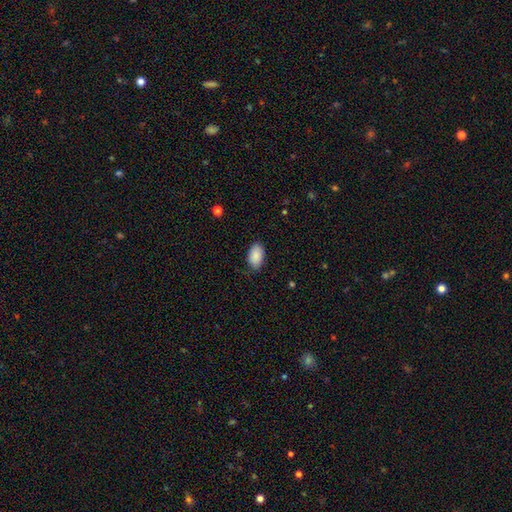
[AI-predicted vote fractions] A smooth galaxy with no disk features (89%) that is in between round and cigar-shaped (94%).

Vote fractions:
- Smooth or featured? smooth: 89% / star or artifact: 6% / featured or disk: 4%
- How rounded? in between: 94% / round: 5% / cigar-shaped: 1%
- Merging? none: 80% / minor disturbance: 16% / major disturbance: 3% / merger: 1%